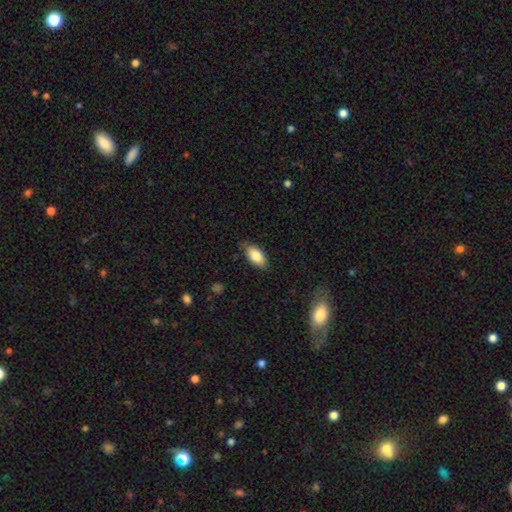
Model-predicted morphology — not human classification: smooth_or_featured: smooth (p=0.81) [alt: featured or disk p=0.12]
how_rounded: in between (p=0.90) [alt: cigar-shaped p=0.07]
merging: none (p=0.79) [alt: minor disturbance p=0.17]